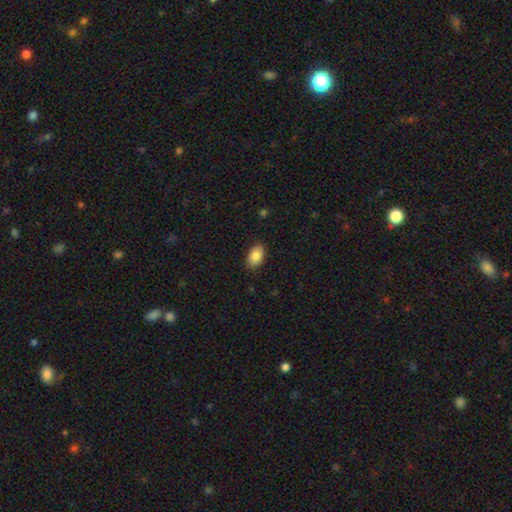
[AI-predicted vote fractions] Morphology: type=smooth (86%); roundness=in between (91%); merging=none (87%).